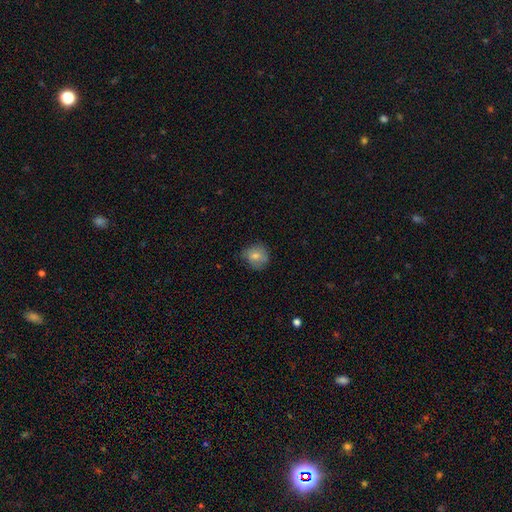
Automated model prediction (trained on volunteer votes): Smooth or featured? smooth (77%)
How rounded? round (82%)
Merging? none (71%)